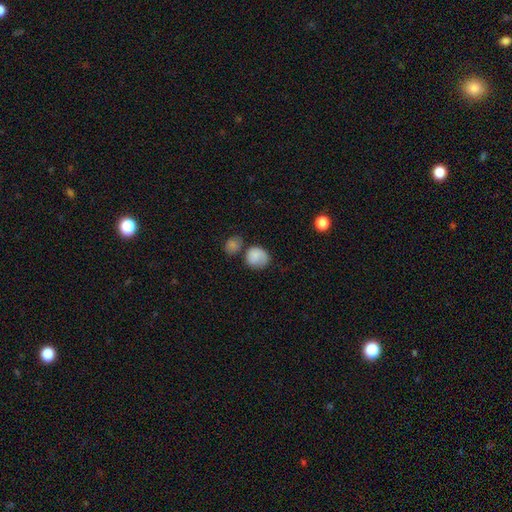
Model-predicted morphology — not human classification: smooth-or-featured: smooth: 78% | featured or disk: 14% | star or artifact: 8%
  how-rounded: round: 74% | in between: 25% | cigar-shaped: 1%
  merging: none: 51% | minor disturbance: 23% | merger: 16% | major disturbance: 10%